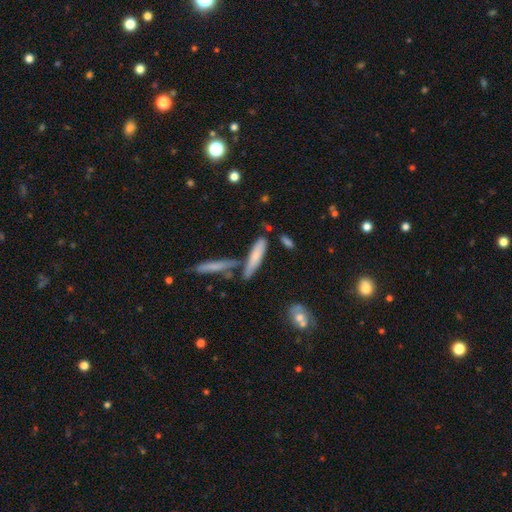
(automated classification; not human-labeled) smooth_or_featured: smooth (p=0.68) [alt: featured or disk p=0.24]
how_rounded: cigar-shaped (p=0.78) [alt: in between p=0.20]
merging: none (p=0.60) [alt: merger p=0.19]